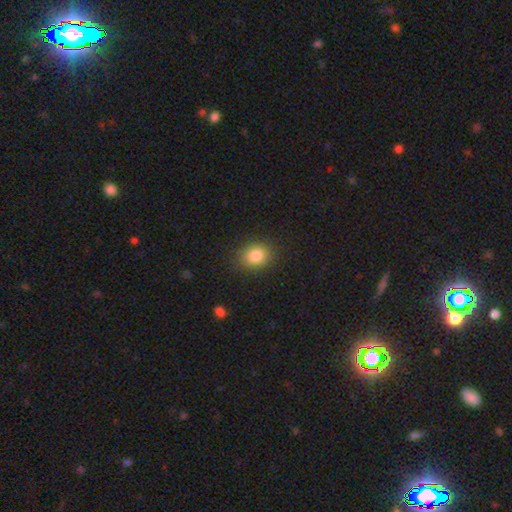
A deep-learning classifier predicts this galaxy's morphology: A smooth galaxy with no disk features (84%) that is round (55%).

Vote fractions:
- Smooth or featured? smooth: 84% / star or artifact: 10% / featured or disk: 6%
- How rounded? round: 55% / in between: 44% / cigar-shaped: 1%
- Merging? none: 87% / minor disturbance: 9% / major disturbance: 3% / merger: 1%